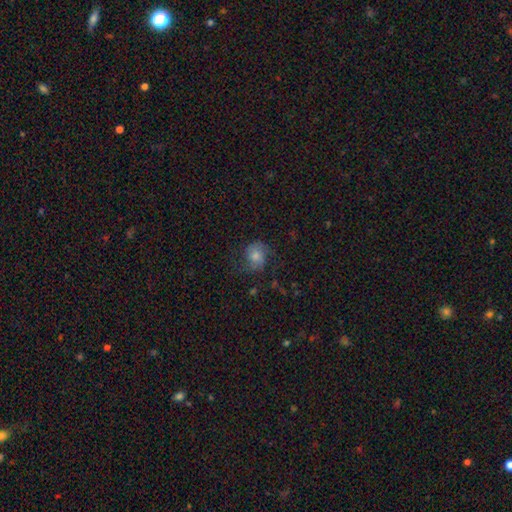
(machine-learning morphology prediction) Smooth or featured?
  - featured or disk: 56% *
  - smooth: 32%
  - star or artifact: 12%
Edge-on disk?
  - no: 97% *
  - yes: 3%
Bar?
  - no: 69% *
  - weak: 26%
  - strong: 5%
Spiral arms?
  - yes: 90% *
  - no: 10%
Bulge size?
  - moderate: 54% *
  - small: 26%
  - large: 13%
  - none: 5%
  - dominant: 3%
Merging?
  - none: 68% *
  - minor disturbance: 18%
  - major disturbance: 13%
  - merger: 1%